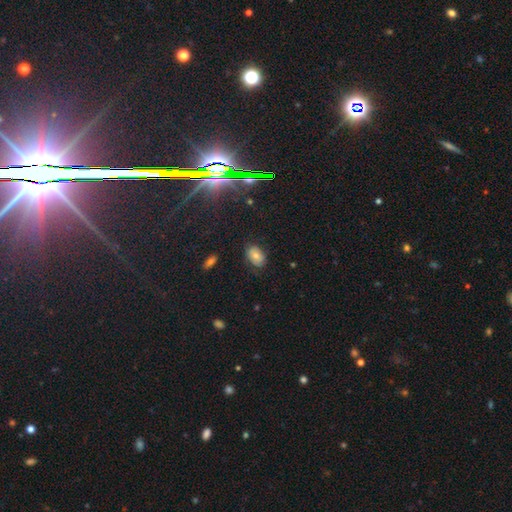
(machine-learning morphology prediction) smooth-or-featured: smooth: 63% | featured or disk: 20% | star or artifact: 17%
  how-rounded: in between: 83% | round: 15% | cigar-shaped: 1%
  merging: none: 74% | minor disturbance: 19% | major disturbance: 5% | merger: 1%